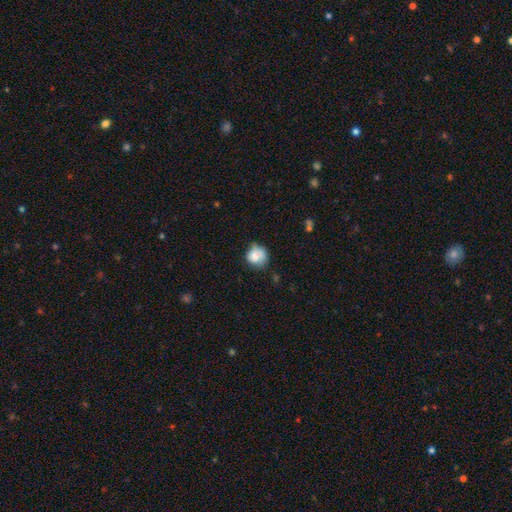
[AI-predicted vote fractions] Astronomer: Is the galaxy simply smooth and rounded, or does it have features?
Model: smooth — 76%.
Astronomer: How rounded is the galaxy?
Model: round — 81%.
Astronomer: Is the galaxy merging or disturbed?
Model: none — 54% (runner-up: minor disturbance, 31%).